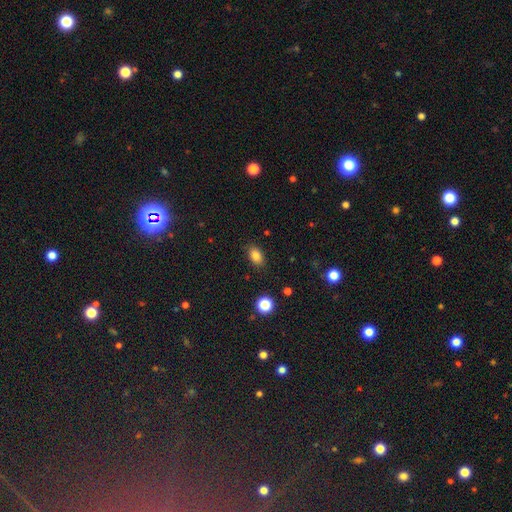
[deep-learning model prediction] smooth 83%, star or artifact 12%, featured or disk 5%. Down the decision tree: how rounded — in between (82%); merging — none (85%).